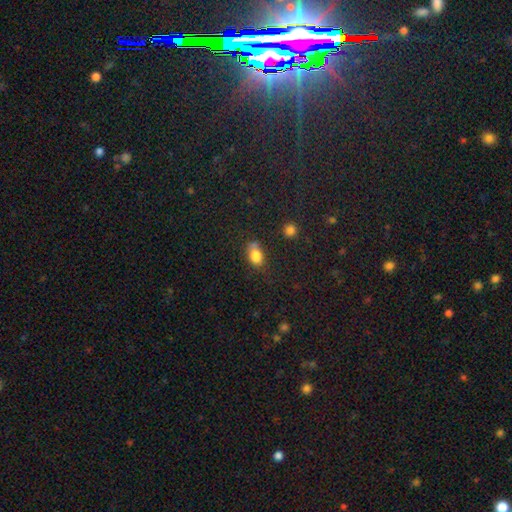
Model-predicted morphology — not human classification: smooth-or-featured: smooth: 81% | star or artifact: 10% | featured or disk: 8%
  how-rounded: in between: 77% | round: 21% | cigar-shaped: 2%
  merging: none: 51% | minor disturbance: 25% | merger: 15% | major disturbance: 8%